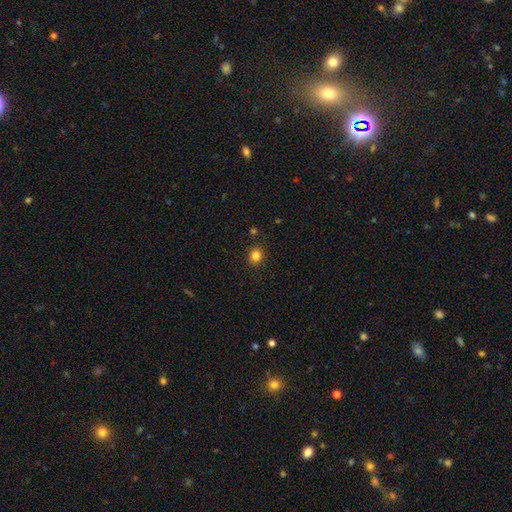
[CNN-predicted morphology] Smooth or featured? smooth (83%)
How rounded? round (78%)
Merging? none (88%)